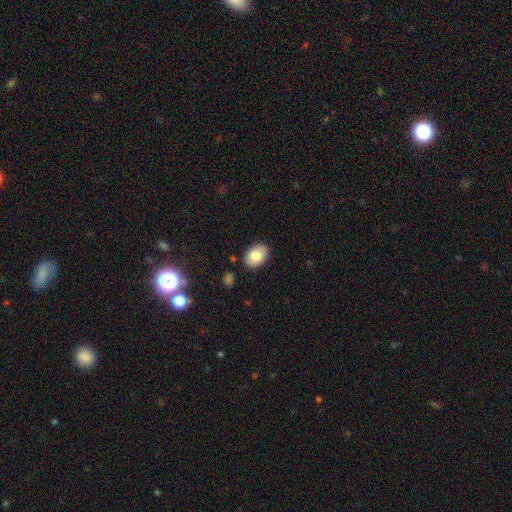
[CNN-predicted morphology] Q: Smooth or featured?
A: smooth (81%); runner-up: featured or disk (11%)
Q: How rounded?
A: in between (83%); runner-up: round (16%)
Q: Merging?
A: none (86%); runner-up: minor disturbance (10%)